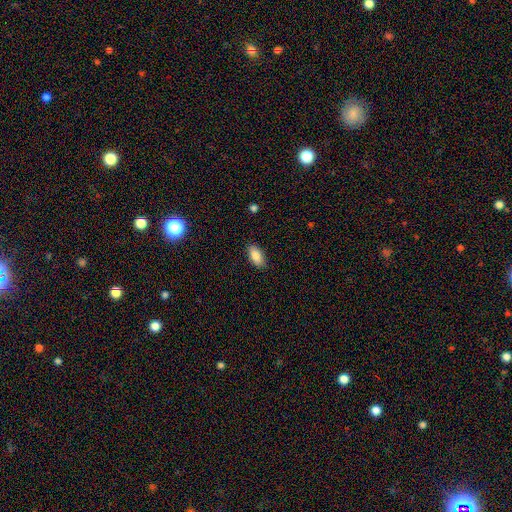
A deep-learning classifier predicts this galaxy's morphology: This appears to be a smooth galaxy with no disk features (84%) that is in between round and cigar-shaped (91%). Merging: none (87%).